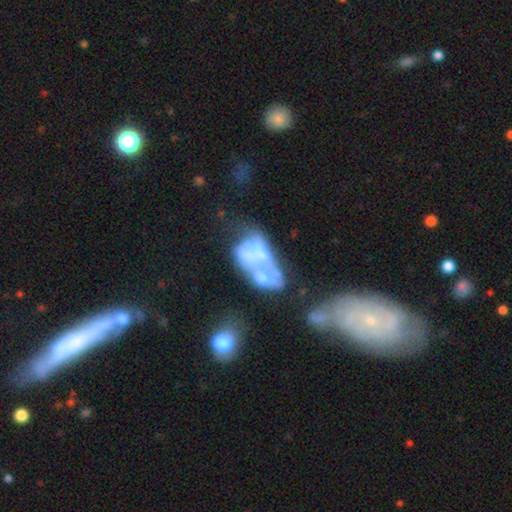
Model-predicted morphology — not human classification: The model was most divided on "merging": merger: 44%, major disturbance: 26%, none: 17%, minor disturbance: 13%. Remaining: edge-on disk — no (97%); spiral arms — no (91%); bar — no (90%); smooth or featured — featured or disk (63%); bulge size — none (48%).